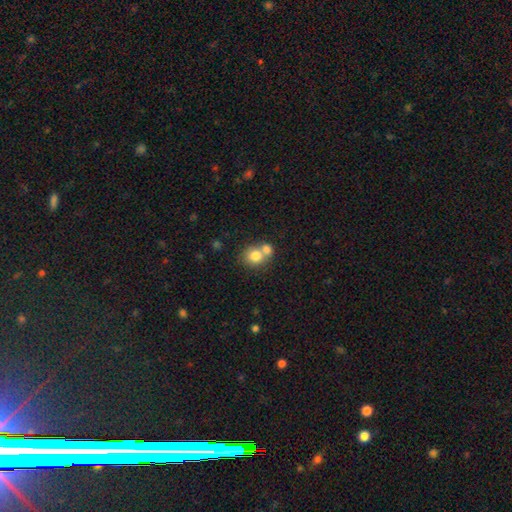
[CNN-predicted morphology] smooth_or_featured: smooth (p=0.77) [alt: featured or disk p=0.13]
how_rounded: round (p=0.77) [alt: in between p=0.22]
merging: merger (p=0.54) [alt: none p=0.37]